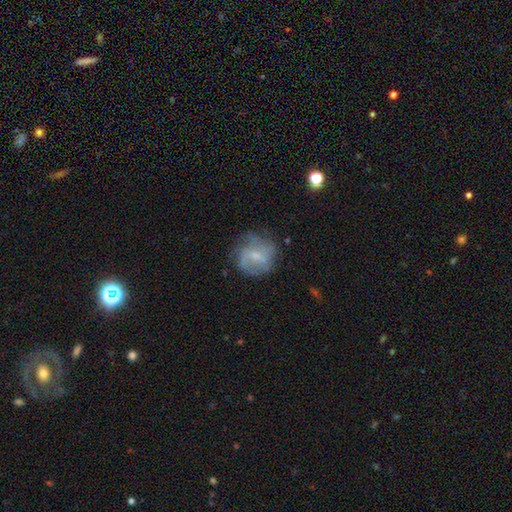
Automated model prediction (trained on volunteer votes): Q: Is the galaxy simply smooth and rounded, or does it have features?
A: featured or disk — 58%.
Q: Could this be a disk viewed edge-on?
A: no — 97%.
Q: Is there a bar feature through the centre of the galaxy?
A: weak — 51%.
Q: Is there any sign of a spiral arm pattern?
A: yes — 78%.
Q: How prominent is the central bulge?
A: small — 55%.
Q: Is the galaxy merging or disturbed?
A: none — 63%.